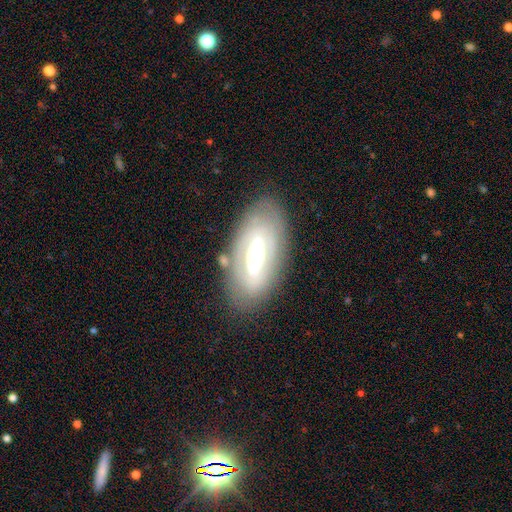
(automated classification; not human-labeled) A featured or disk galaxy (70%) with a strong bar (40%), no spiral arms (58%) and a moderate central bulge (67%). Merging: none (79%).